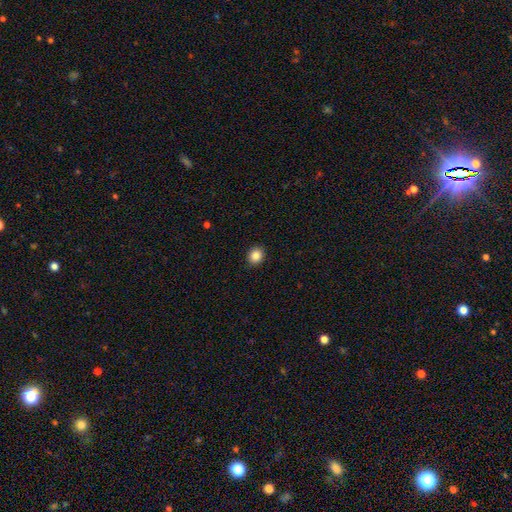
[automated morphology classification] smooth_or_featured: smooth (p=0.86) [alt: star or artifact p=0.10]
how_rounded: round (p=0.70) [alt: in between p=0.29]
merging: none (p=0.91) [alt: minor disturbance p=0.06]